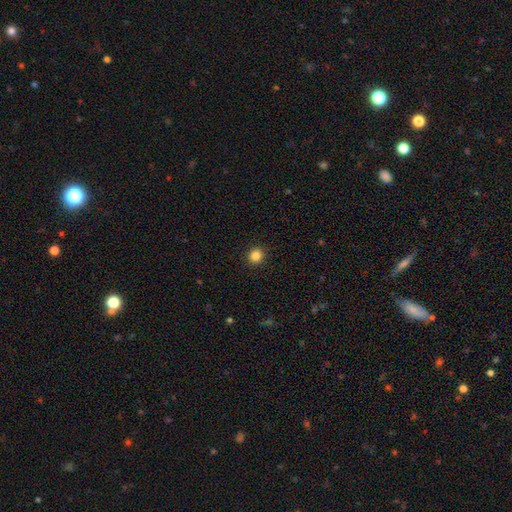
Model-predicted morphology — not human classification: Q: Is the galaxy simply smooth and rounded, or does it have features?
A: smooth — 85%.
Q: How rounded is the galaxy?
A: round — 91%.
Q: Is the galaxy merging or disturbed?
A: none — 93%.